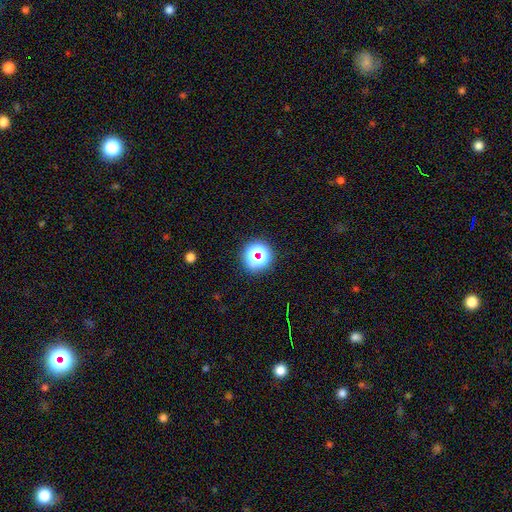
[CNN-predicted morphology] A star or artifact, not a galaxy (53%).

Vote fractions:
- Smooth or featured? star or artifact: 53% / smooth: 36% / featured or disk: 10%